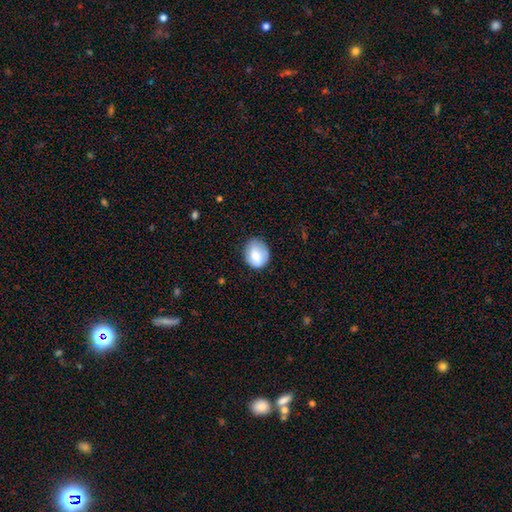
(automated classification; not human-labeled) Overall: smooth (79%). How rounded: round (57%; in between 42%). Merging: none (69%).